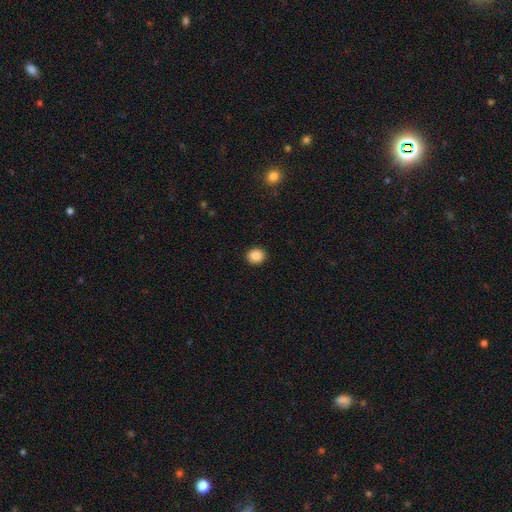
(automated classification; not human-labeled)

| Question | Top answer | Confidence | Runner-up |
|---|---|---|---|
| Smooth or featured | smooth | 87% | star or artifact (9%) |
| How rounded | round | 76% | in between (23%) |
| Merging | none | 92% | minor disturbance (5%) |